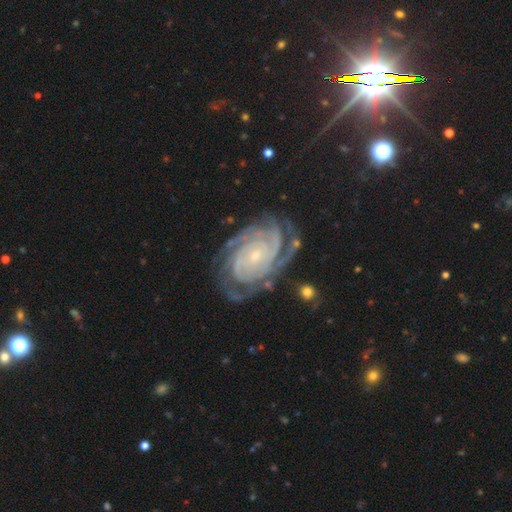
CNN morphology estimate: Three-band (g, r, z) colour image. It shows a featured or disk galaxy (91%) with no bar (73%), 3 (24%, tied with 2) tight (82%) spiral arms (98%) and a small central bulge (79%). Merging: none (72%).